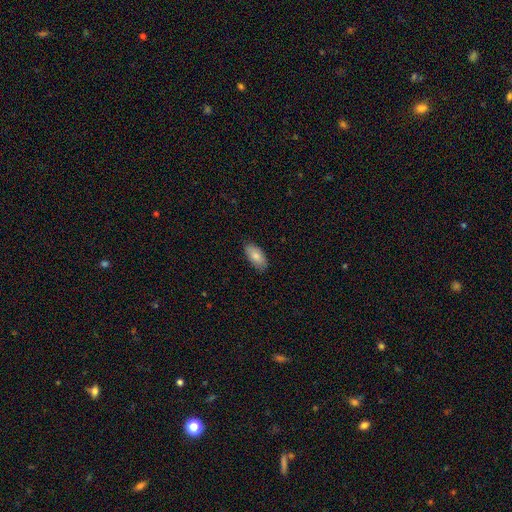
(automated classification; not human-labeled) Smooth or featured? Predicted: smooth (p=0.83). How rounded? Predicted: in between (p=0.93). Merging? Predicted: none (p=0.85).